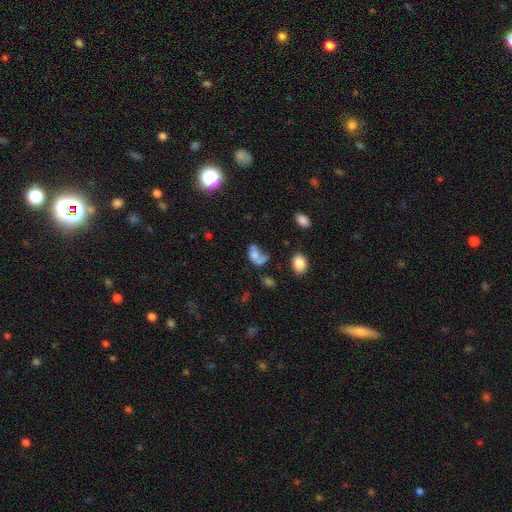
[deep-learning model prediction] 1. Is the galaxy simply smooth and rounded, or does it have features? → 59% smooth, 29% featured or disk, 12% star or artifact.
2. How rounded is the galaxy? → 84% in between, 13% round, 3% cigar-shaped.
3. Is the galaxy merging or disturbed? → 31% major disturbance, 26% none, 26% merger, 18% minor disturbance.